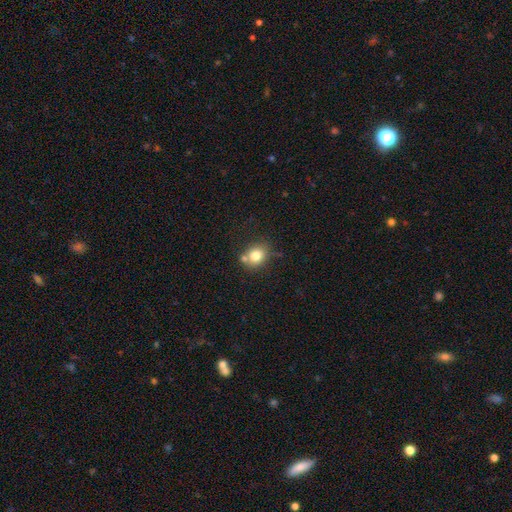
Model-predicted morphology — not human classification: Smooth or featured? smooth (78%)
How rounded? round (64%)
Merging? none (62%)